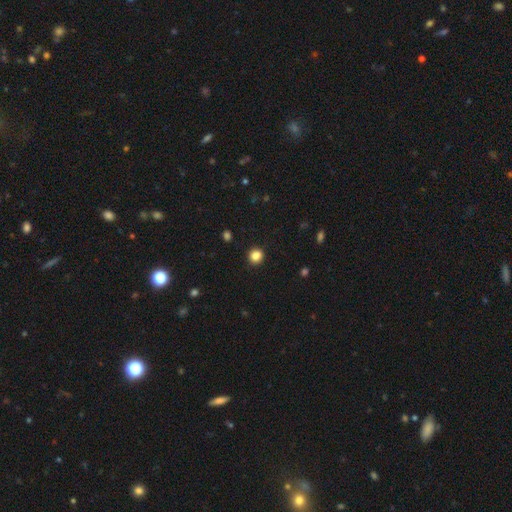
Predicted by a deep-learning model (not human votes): smooth_or_featured: smooth (p=0.86) [alt: star or artifact p=0.11]
how_rounded: round (p=0.87) [alt: in between p=0.12]
merging: none (p=0.91) [alt: minor disturbance p=0.06]